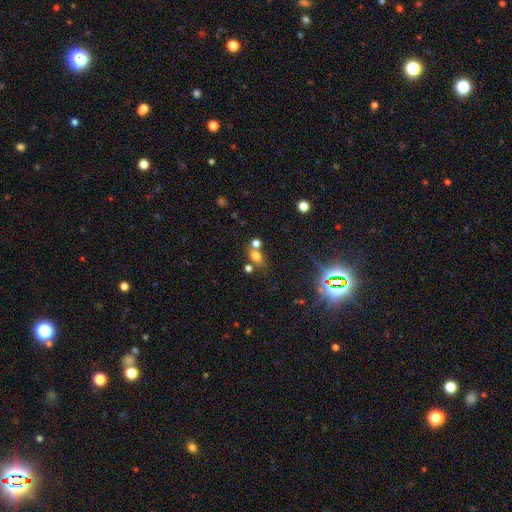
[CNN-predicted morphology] Smooth or featured? smooth (67%)
How rounded? in between (55%)
Merging? none (50%)